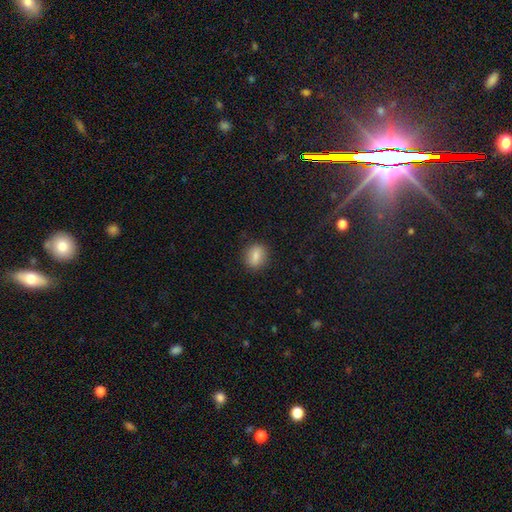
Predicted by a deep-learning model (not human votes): Morphology: type=smooth (81%); roundness=round (59%); merging=none (87%).